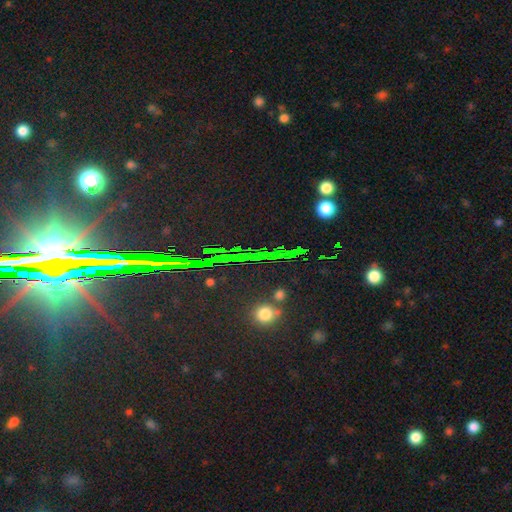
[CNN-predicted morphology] Q: Smooth or featured?
A: star or artifact (79%); runner-up: featured or disk (12%)